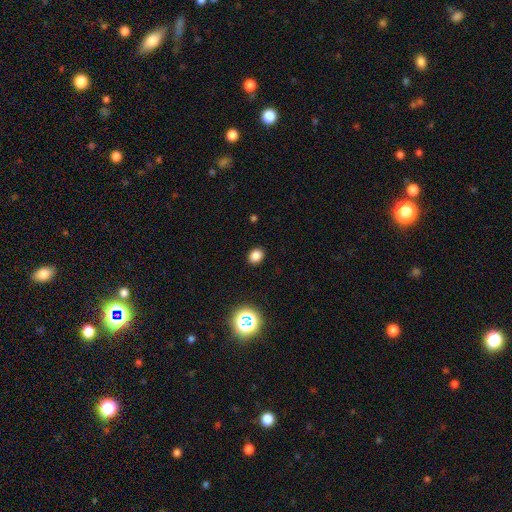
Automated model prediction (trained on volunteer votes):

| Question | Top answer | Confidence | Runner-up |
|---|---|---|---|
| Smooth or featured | smooth | 81% | star or artifact (14%) |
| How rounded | in between | 53% | round (46%) |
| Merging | none | 89% | minor disturbance (7%) |